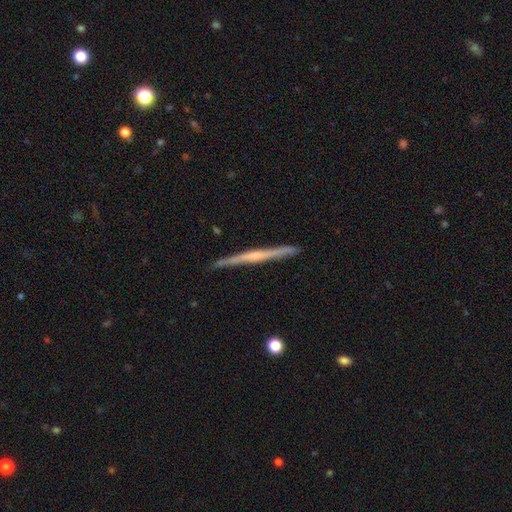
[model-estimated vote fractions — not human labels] A featured or disk galaxy (74%) viewed edge-on (98%) with a rounded central bulge (50%). Merging: none (90%).